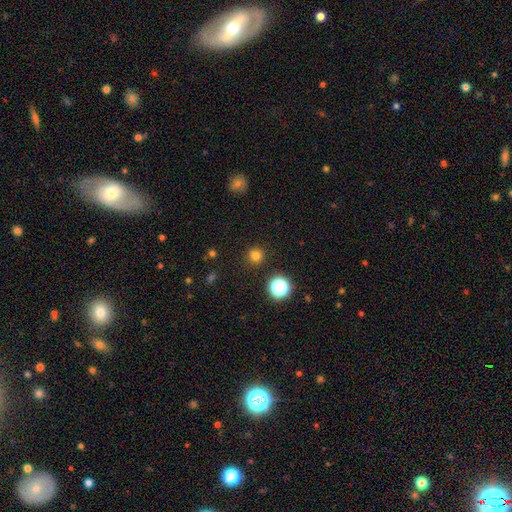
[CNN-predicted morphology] smooth-or-featured: smooth: 76% | star or artifact: 19% | featured or disk: 5%
  how-rounded: round: 93% | in between: 6% | cigar-shaped: 1%
  merging: none: 89% | minor disturbance: 7% | major disturbance: 2% | merger: 2%